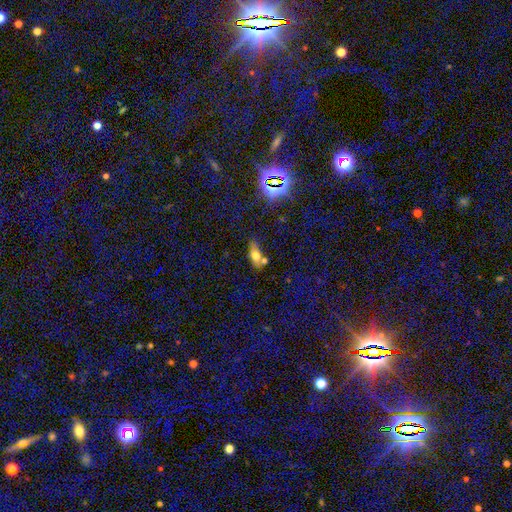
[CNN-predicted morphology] This appears to be a smooth galaxy with no disk features (65%) that is in between round and cigar-shaped (75%). Merging: none (40%).